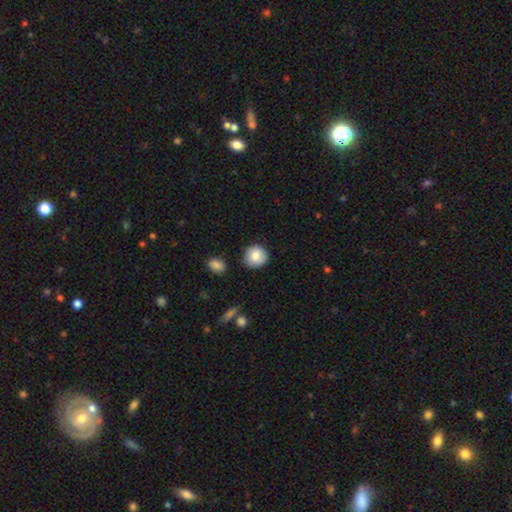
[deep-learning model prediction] Smooth or featured? smooth (85%)
How rounded? round (90%)
Merging? none (84%)